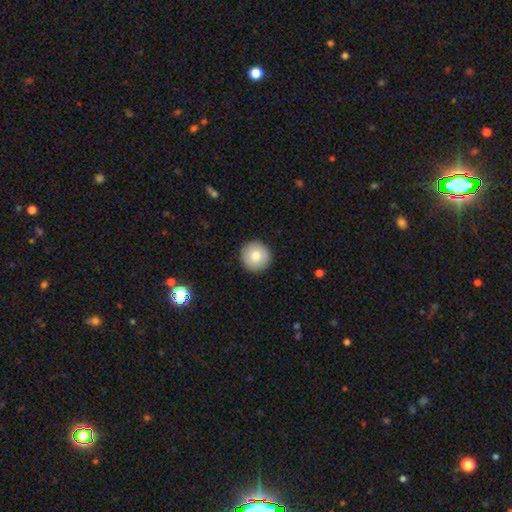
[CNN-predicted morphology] This is clearly a smooth galaxy (82%). How rounded: clearly round (96%). Merging: clearly none (93%).